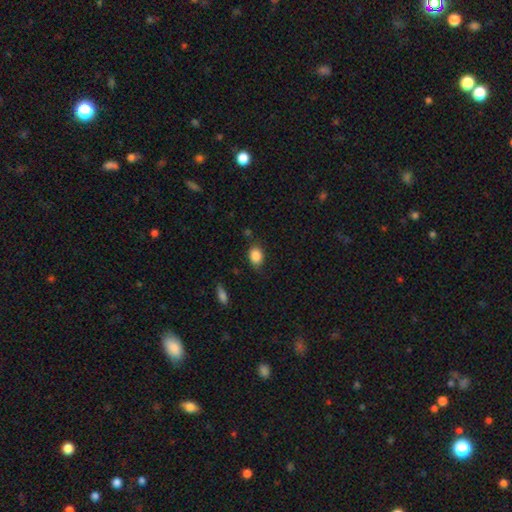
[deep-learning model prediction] Smooth or featured?
  - smooth: 87% *
  - star or artifact: 8%
  - featured or disk: 5%
How rounded?
  - in between: 68% *
  - round: 30%
  - cigar-shaped: 1%
Merging?
  - none: 77% *
  - minor disturbance: 17%
  - major disturbance: 4%
  - merger: 2%